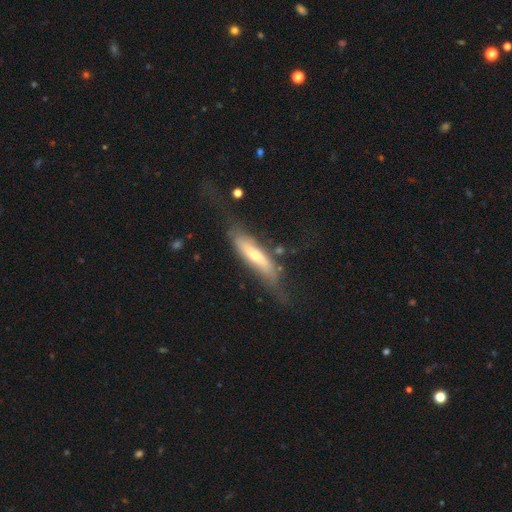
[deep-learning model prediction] Smooth or featured? featured or disk (54%)
Edge-on disk? yes (57%)
Merging? none (50%)